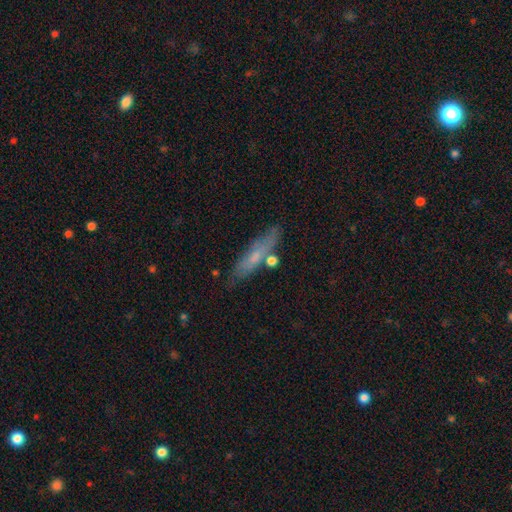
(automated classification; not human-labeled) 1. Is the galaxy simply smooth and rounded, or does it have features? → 55% smooth, 37% featured or disk, 8% star or artifact.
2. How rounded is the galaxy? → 77% cigar-shaped, 21% in between, 3% round.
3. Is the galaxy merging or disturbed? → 73% none, 16% minor disturbance, 7% merger, 4% major disturbance.